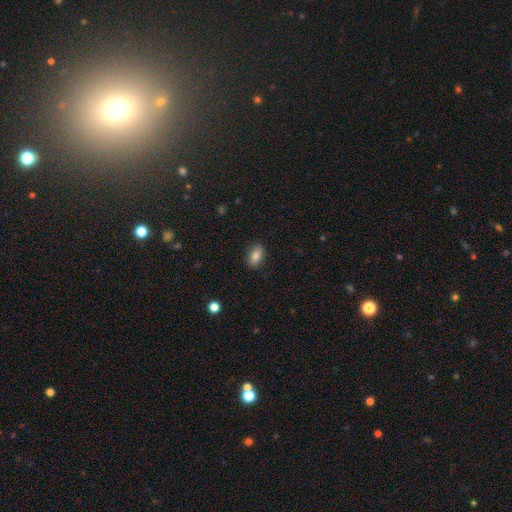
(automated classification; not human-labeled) smooth 85%, star or artifact 9%, featured or disk 6%. Down the decision tree: how rounded — in between (89%); merging — none (88%).